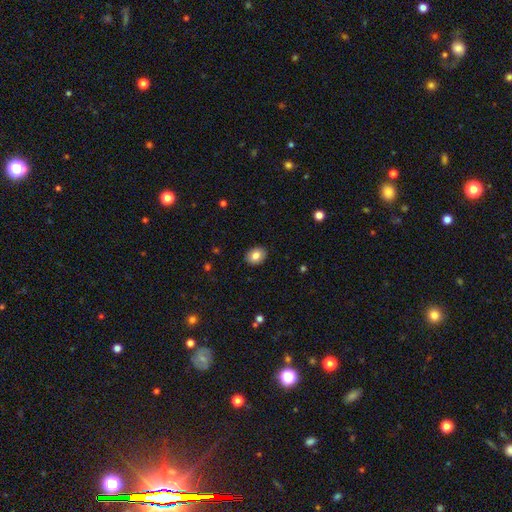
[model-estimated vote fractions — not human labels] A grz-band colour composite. It shows a smooth galaxy with no disk features (83%) that is in between round and cigar-shaped (64%). Merging: none (89%).